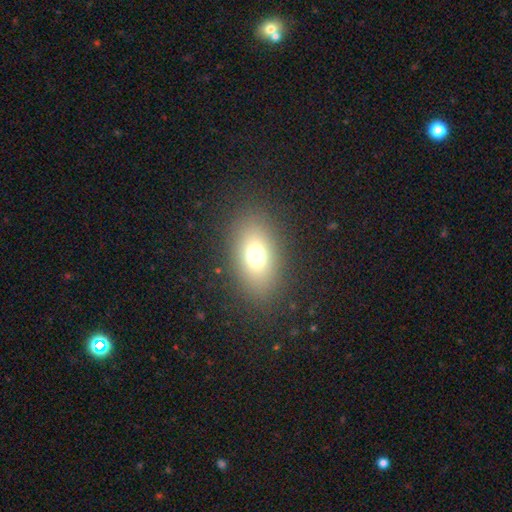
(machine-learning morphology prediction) Smooth or featured?
  - smooth: 70% *
  - star or artifact: 16%
  - featured or disk: 14%
How rounded?
  - in between: 78% *
  - round: 20%
  - cigar-shaped: 2%
Merging?
  - none: 84% *
  - minor disturbance: 9%
  - major disturbance: 6%
  - merger: 1%